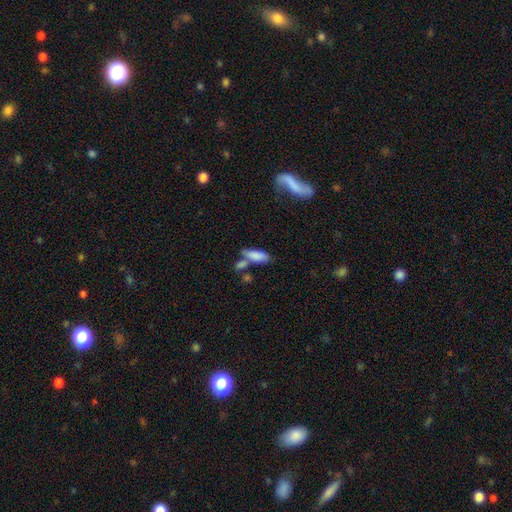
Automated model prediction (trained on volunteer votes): This is clearly a smooth galaxy (82%). How rounded: likely in between (70%). Merging: possibly none (46%).